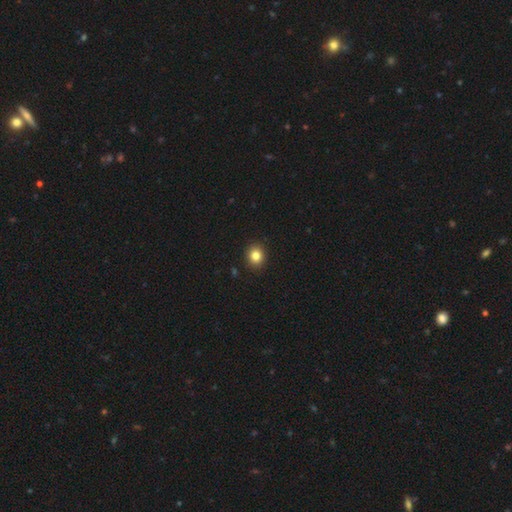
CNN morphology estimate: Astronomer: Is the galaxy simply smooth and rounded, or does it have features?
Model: smooth — 84%.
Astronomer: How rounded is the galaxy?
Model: round — 70%.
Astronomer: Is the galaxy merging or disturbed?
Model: none — 91%.